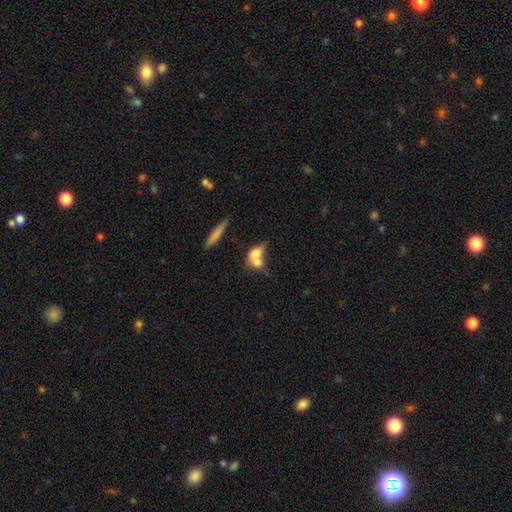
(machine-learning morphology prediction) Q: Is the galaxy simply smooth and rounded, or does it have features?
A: smooth — 68%.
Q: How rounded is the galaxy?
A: in between — 61%.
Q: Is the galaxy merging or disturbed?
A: merger — 64%.